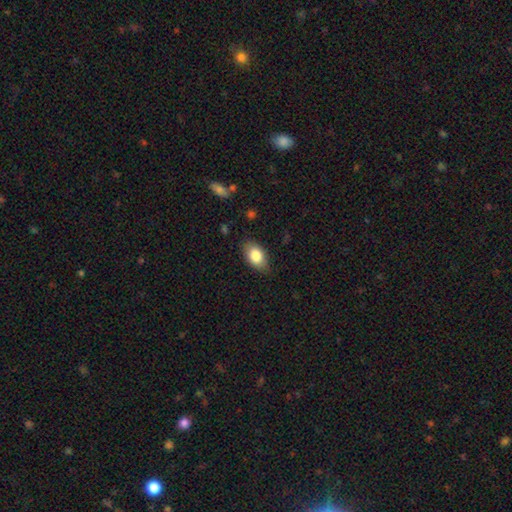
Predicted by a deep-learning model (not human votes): A smooth galaxy with no disk features (83%) that is in between round and cigar-shaped (88%). Merging: none (81%).